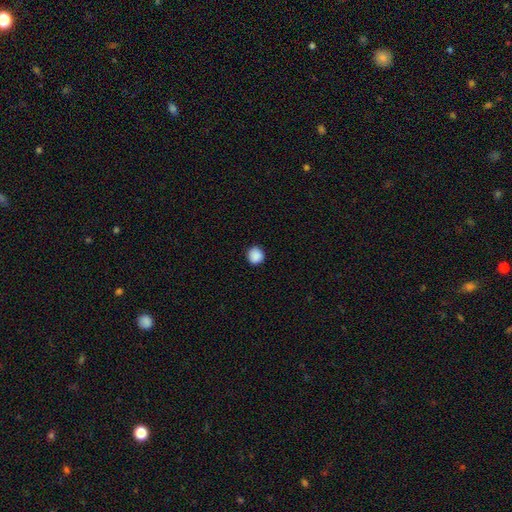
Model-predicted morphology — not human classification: A smooth galaxy with no disk features (89%) that is round (92%).

Vote fractions:
- Smooth or featured? smooth: 89% / star or artifact: 9% / featured or disk: 2%
- How rounded? round: 92% / in between: 7% / cigar-shaped: 1%
- Merging? none: 91% / minor disturbance: 6% / major disturbance: 2% / merger: 1%